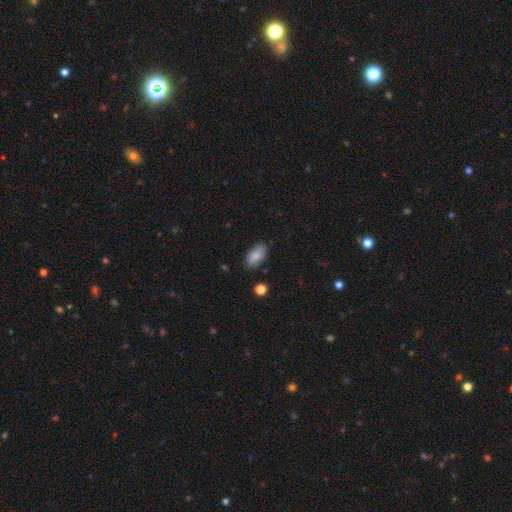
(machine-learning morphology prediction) The model was most divided on "merging": none: 83%, minor disturbance: 13%, major disturbance: 3%, merger: 2%. More confident: how rounded — in between (93%); smooth or featured — smooth (85%).